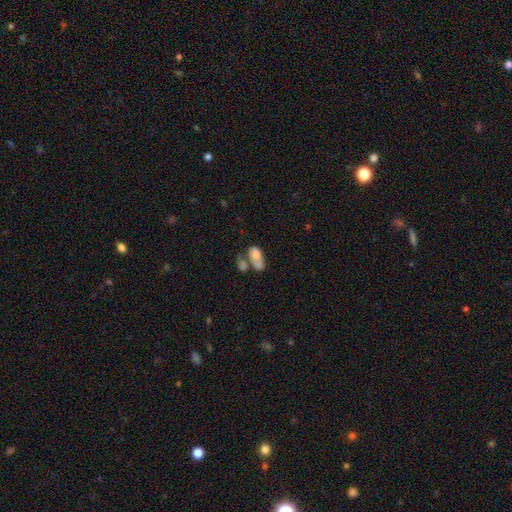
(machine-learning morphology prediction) This appears to be a smooth galaxy with no disk features (69%) that is in between round and cigar-shaped (89%). Merging: merger (57%).